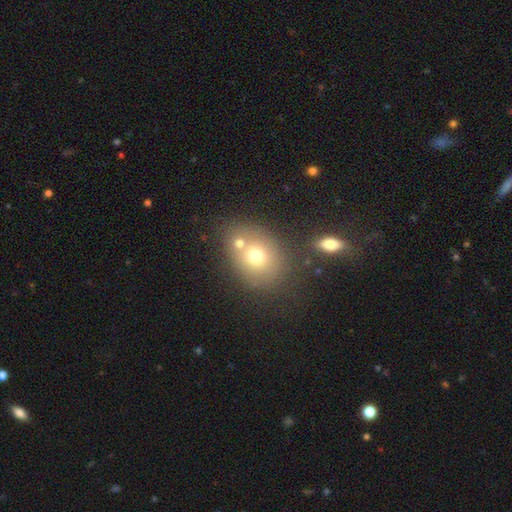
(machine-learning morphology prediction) This appears to be a smooth galaxy with no disk features (67%) that is in between round and cigar-shaped (50%). Merging: none (54%).